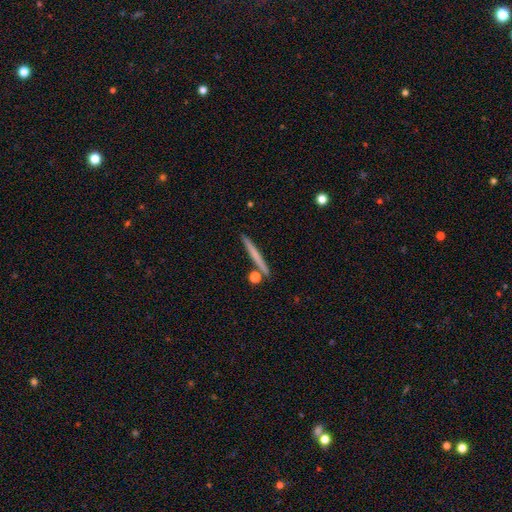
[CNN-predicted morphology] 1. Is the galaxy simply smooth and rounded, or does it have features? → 58% smooth, 36% featured or disk, 6% star or artifact.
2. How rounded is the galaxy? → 96% cigar-shaped, 2% in between, 2% round.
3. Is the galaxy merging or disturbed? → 87% none, 7% minor disturbance, 5% merger, 2% major disturbance.